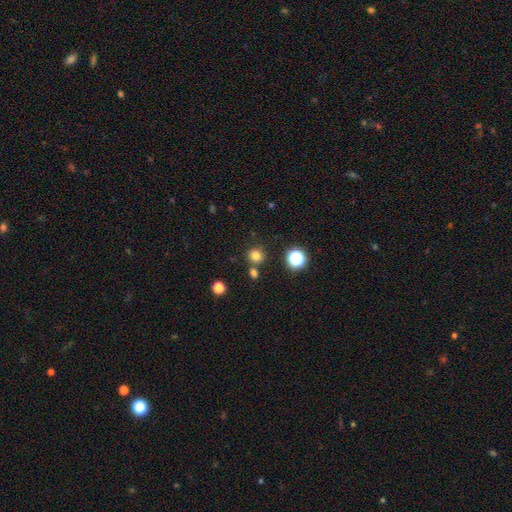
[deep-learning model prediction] Smooth or featured? Predicted: smooth (p=0.78). How rounded? Predicted: round (p=0.87). Merging? Predicted: none (p=0.76).